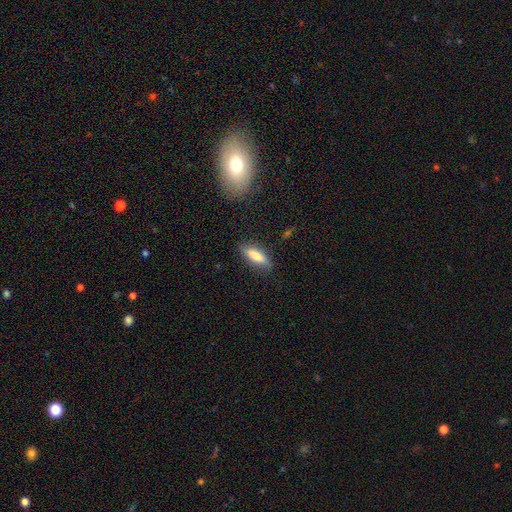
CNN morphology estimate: smooth 79%, featured or disk 14%, star or artifact 7%. Down the decision tree: how rounded — in between (53%); merging — none (79%).